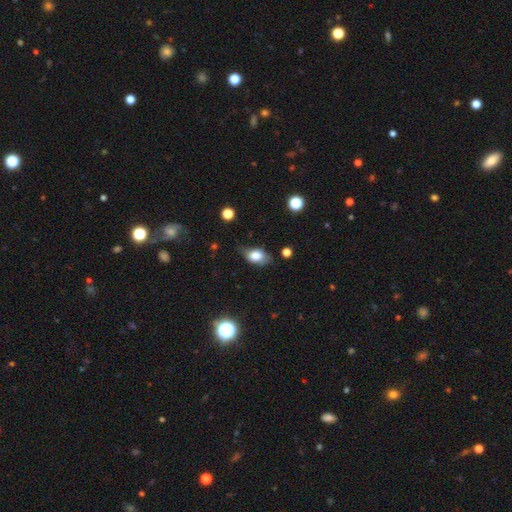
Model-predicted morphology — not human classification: smooth 72%, featured or disk 19%, star or artifact 9%. Down the decision tree: how rounded — in between (83%); merging — none (57%).